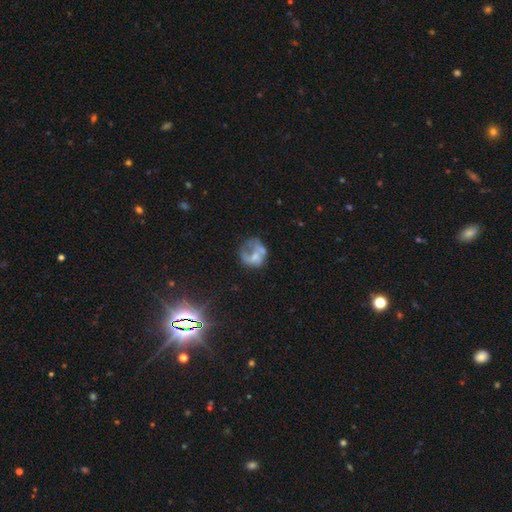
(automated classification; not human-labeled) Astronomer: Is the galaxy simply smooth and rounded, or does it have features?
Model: featured or disk — 46% (runner-up: smooth, 41%).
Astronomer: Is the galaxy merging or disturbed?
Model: major disturbance — 36% (runner-up: none, 32%).